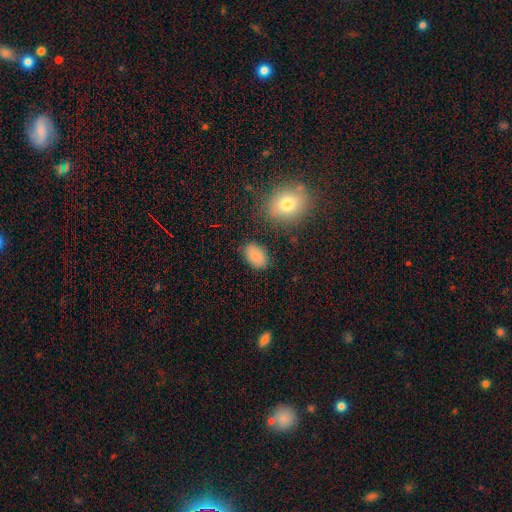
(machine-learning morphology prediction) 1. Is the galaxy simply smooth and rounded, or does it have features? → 85% smooth, 9% star or artifact, 6% featured or disk.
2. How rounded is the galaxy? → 88% in between, 11% round, 1% cigar-shaped.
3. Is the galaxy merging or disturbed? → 79% none, 14% minor disturbance, 4% major disturbance, 3% merger.